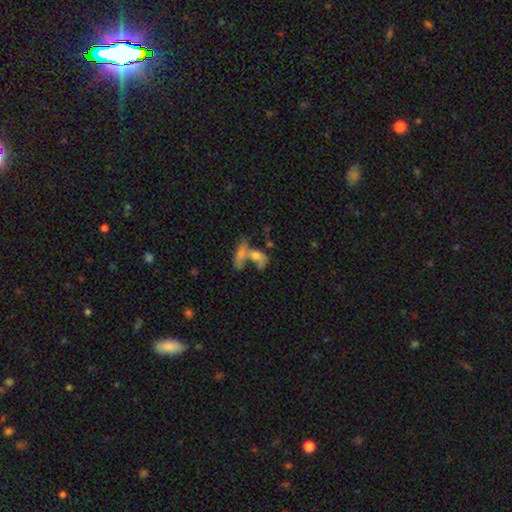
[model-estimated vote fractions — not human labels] Smooth or featured?
  - smooth: 56% *
  - featured or disk: 32%
  - star or artifact: 12%
How rounded?
  - in between: 72% *
  - round: 16%
  - cigar-shaped: 12%
Merging?
  - merger: 62% *
  - none: 18%
  - major disturbance: 12%
  - minor disturbance: 8%